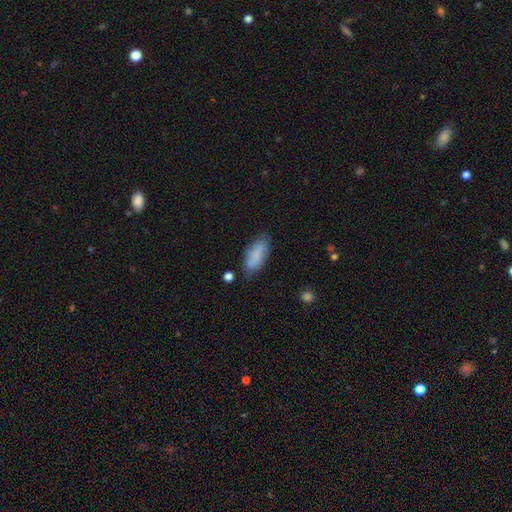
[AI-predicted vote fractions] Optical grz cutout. It shows a smooth galaxy with no disk features (82%) that is in between round and cigar-shaped (77%). Merging: none (69%).